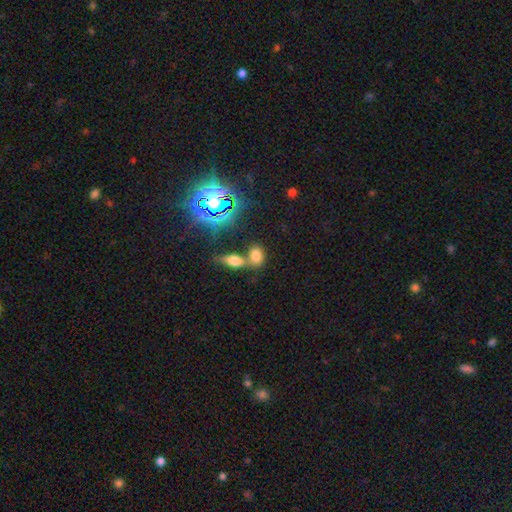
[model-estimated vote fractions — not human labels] Smooth or featured? smooth (70%)
How rounded? in between (77%)
Merging? merger (46%)